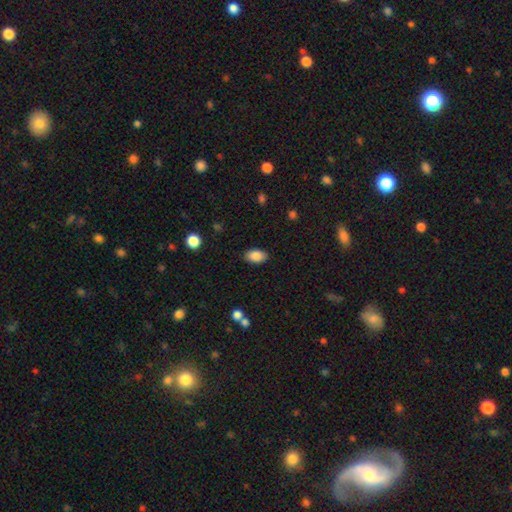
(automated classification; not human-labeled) Q: Smooth or featured?
A: smooth (87%); runner-up: star or artifact (7%)
Q: How rounded?
A: in between (92%); runner-up: round (7%)
Q: Merging?
A: none (87%); runner-up: minor disturbance (9%)